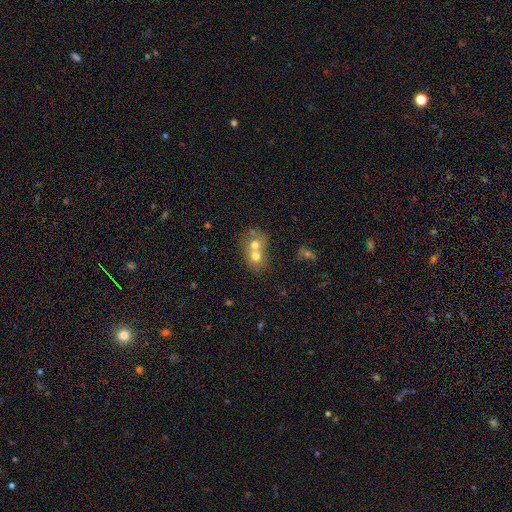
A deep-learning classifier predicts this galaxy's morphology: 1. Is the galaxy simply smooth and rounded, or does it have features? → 64% smooth, 24% featured or disk, 12% star or artifact.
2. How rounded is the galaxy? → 66% round, 33% in between, 1% cigar-shaped.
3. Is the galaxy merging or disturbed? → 72% merger, 21% none, 5% minor disturbance, 3% major disturbance.